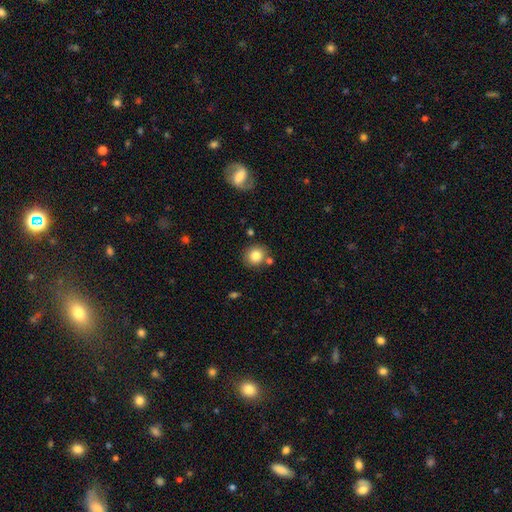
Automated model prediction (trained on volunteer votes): The model was most divided on "merging": none: 79%, minor disturbance: 10%, merger: 8%, major disturbance: 3%. More confident: how rounded — round (87%); smooth or featured — smooth (82%).